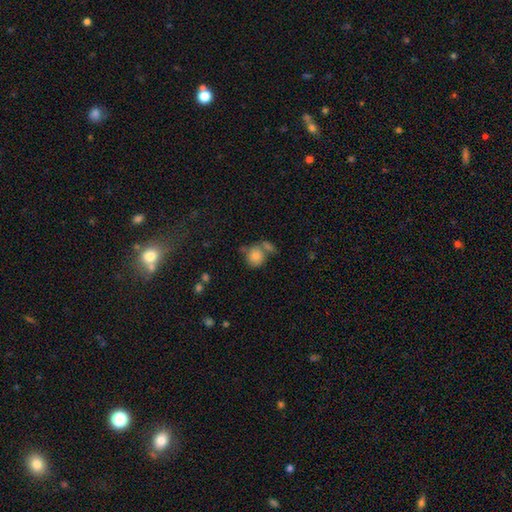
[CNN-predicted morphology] A smooth galaxy with no disk features (80%) that is round (79%). Merging: none (43%).